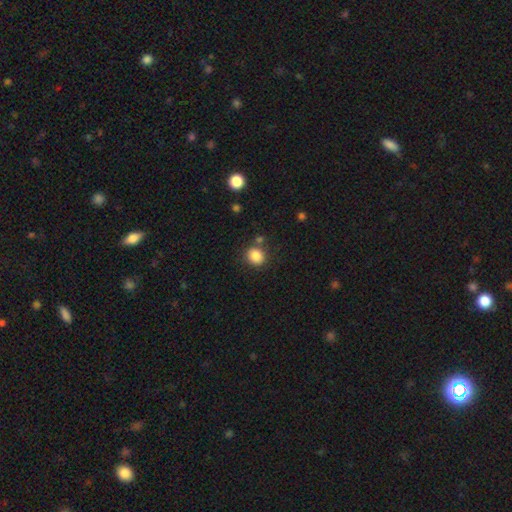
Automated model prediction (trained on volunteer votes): This appears to be a smooth galaxy with no disk features (86%) that is round (72%). Merging: none (77%).